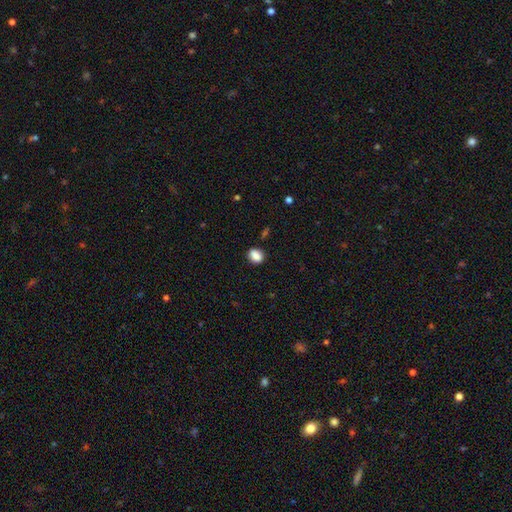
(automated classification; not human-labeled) Q: Smooth or featured?
A: smooth (87%); runner-up: star or artifact (9%)
Q: How rounded?
A: in between (58%); runner-up: round (40%)
Q: Merging?
A: none (84%); runner-up: minor disturbance (11%)